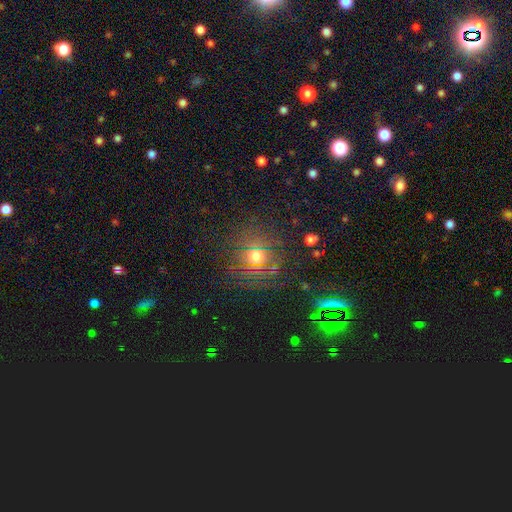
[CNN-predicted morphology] smooth 53%, star or artifact 29%, featured or disk 18%. Down the decision tree: how rounded — round (86%); merging — none (82%).